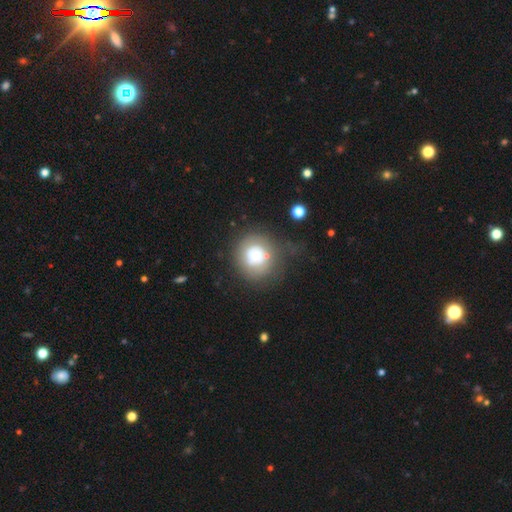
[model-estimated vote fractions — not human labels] The model was most divided on "smooth or featured": smooth: 53%, featured or disk: 38%, star or artifact: 9%. More confident: how rounded — round (89%); merging — none (54%).